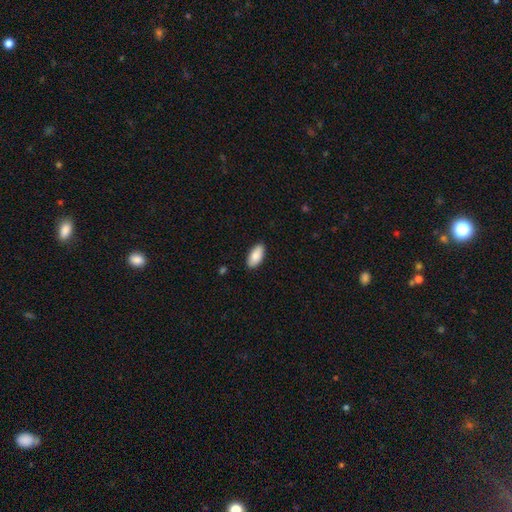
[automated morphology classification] smooth-or-featured: smooth: 85% | featured or disk: 9% | star or artifact: 6%
  how-rounded: in between: 93% | cigar-shaped: 5% | round: 2%
  merging: none: 87% | minor disturbance: 10% | major disturbance: 2% | merger: 1%